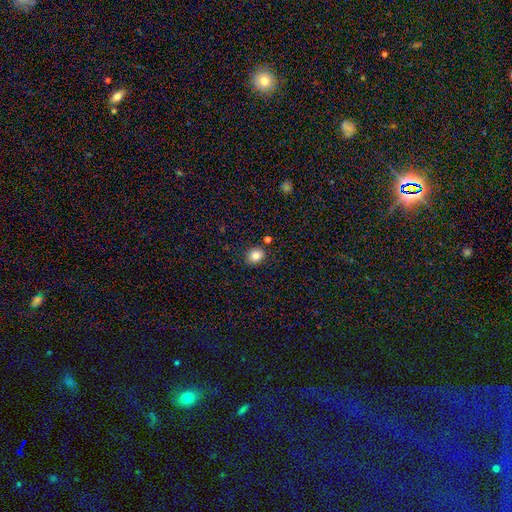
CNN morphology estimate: Smooth or featured: smooth — 84% (star or artifact — 10%)
How rounded: round — 60% (in between — 39%)
Merging: none — 85% (minor disturbance — 9%)